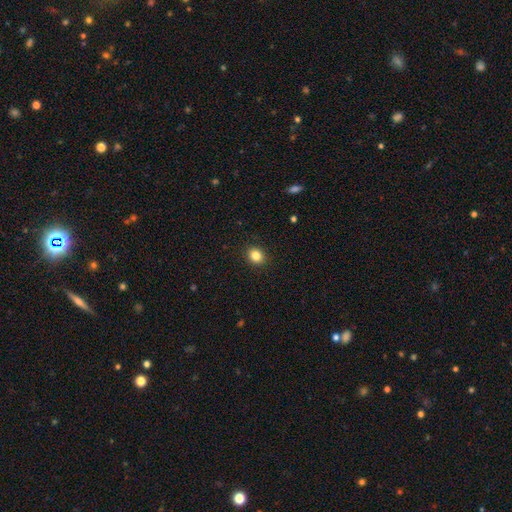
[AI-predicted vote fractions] Smooth or featured? smooth (84%)
How rounded? round (68%)
Merging? none (91%)